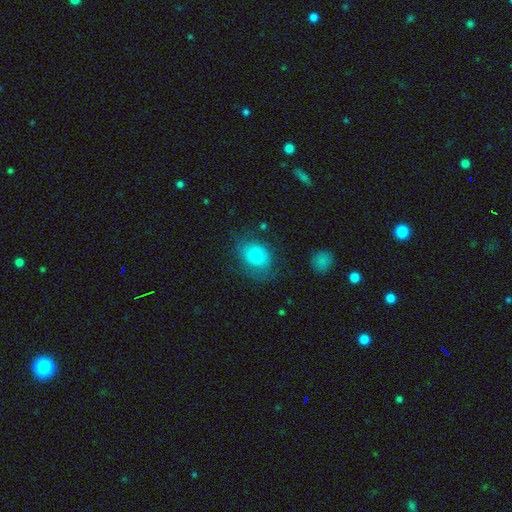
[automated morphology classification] Q: Smooth or featured?
A: smooth (78%); runner-up: featured or disk (14%)
Q: How rounded?
A: in between (55%); runner-up: round (44%)
Q: Merging?
A: none (59%); runner-up: minor disturbance (24%)